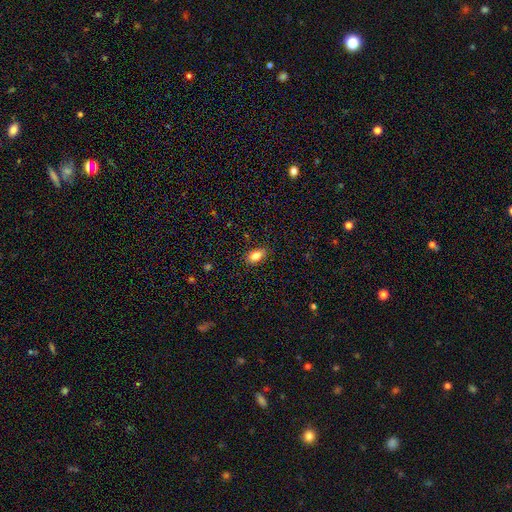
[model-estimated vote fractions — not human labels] This is clearly a smooth galaxy (83%). How rounded: clearly in between (88%). Merging: clearly none (85%).